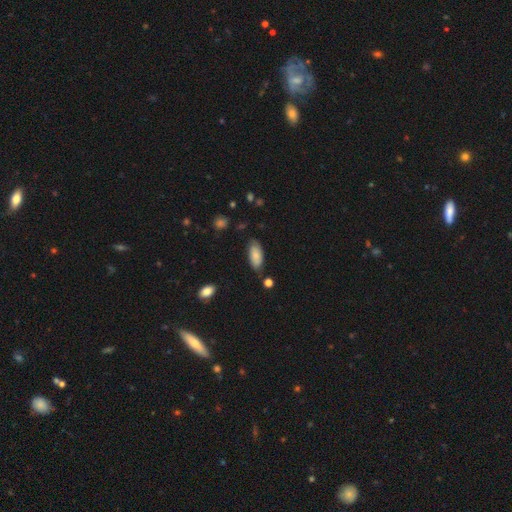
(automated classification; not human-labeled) Overall: smooth (80%). How rounded: in between (88%). Merging: none (74%).